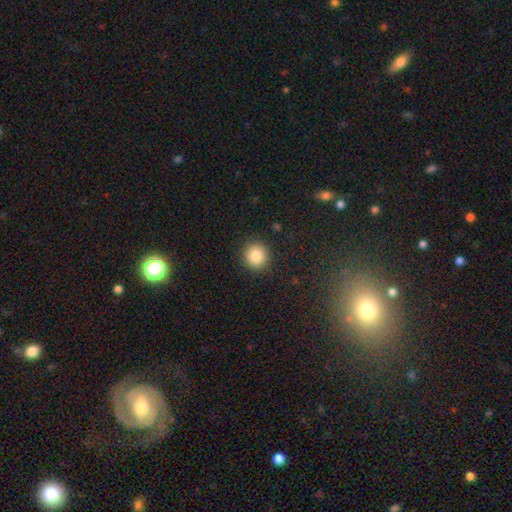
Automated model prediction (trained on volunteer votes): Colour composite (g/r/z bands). It shows a smooth galaxy with no disk features (85%) that is round (92%). Merging: none (91%).